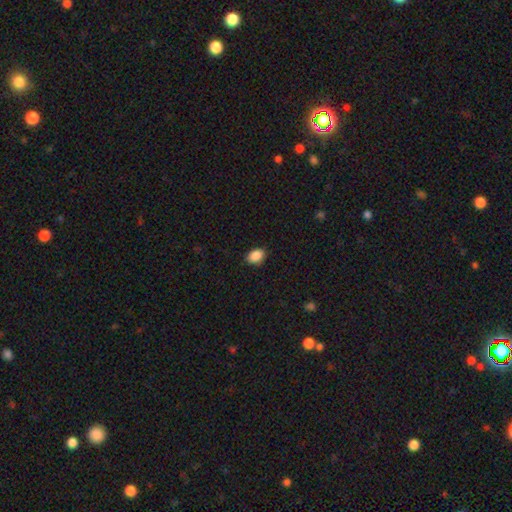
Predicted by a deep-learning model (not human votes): smooth 89%, star or artifact 8%, featured or disk 3%. Down the decision tree: how rounded — in between (79%); merging — none (86%).